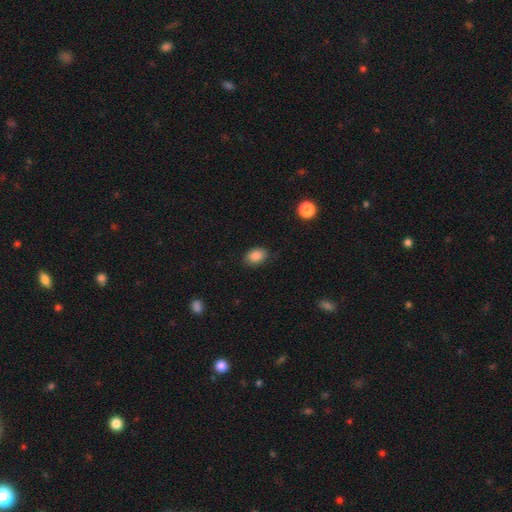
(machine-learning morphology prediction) This is clearly a smooth galaxy (87%). How rounded: clearly in between (82%). Merging: clearly none (84%).